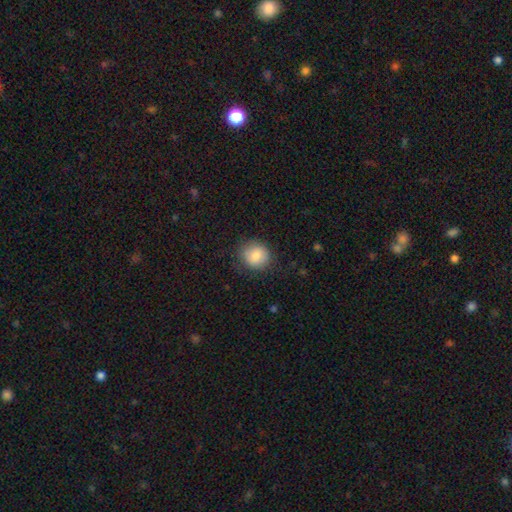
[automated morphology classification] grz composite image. It shows a smooth galaxy with no disk features (83%) that is round (84%). Merging: none (81%).